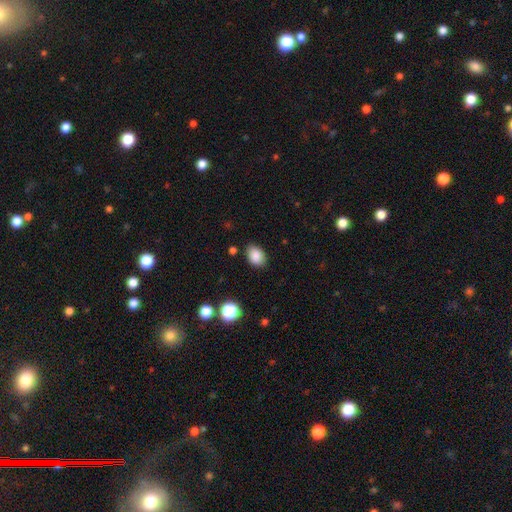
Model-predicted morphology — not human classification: The model was most divided on "how rounded": in between: 76%, round: 23%, cigar-shaped: 1%. More confident: smooth or featured — smooth (86%); merging — none (83%).